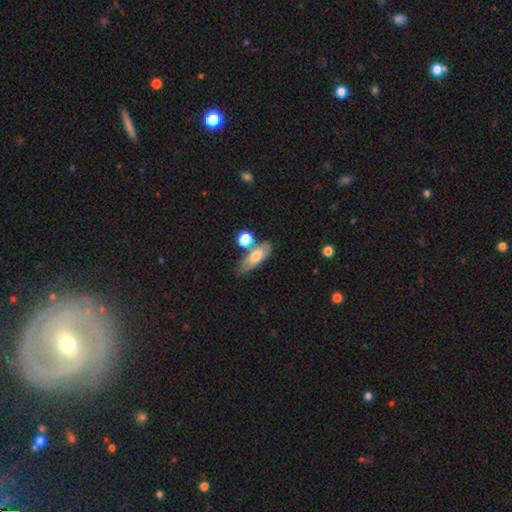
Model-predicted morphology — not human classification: Smooth or featured? Predicted: smooth (p=0.70). How rounded? Predicted: in between (p=0.66). Merging? Predicted: none (p=0.54).